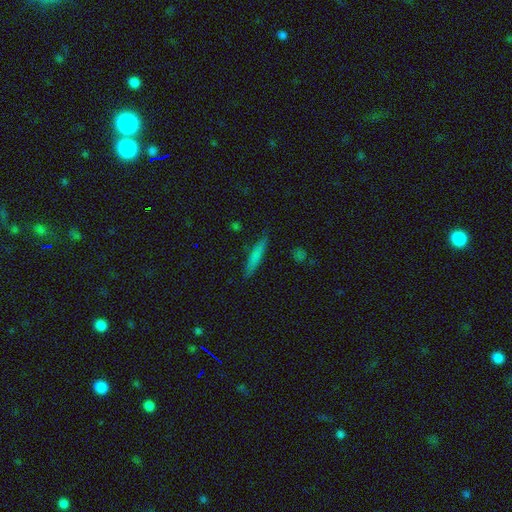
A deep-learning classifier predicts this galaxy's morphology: Smooth or featured? Predicted: smooth (p=0.71). How rounded? Predicted: cigar-shaped (p=0.91). Merging? Predicted: none (p=0.86).